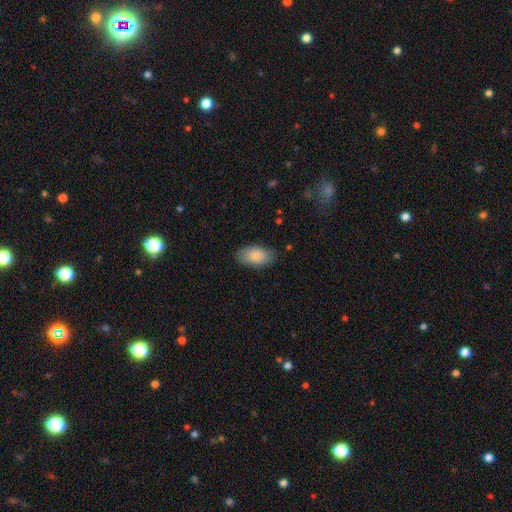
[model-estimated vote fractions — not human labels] The model was most divided on "merging": none: 80%, minor disturbance: 16%, major disturbance: 3%, merger: 1%. More confident: how rounded — in between (93%); smooth or featured — smooth (87%).